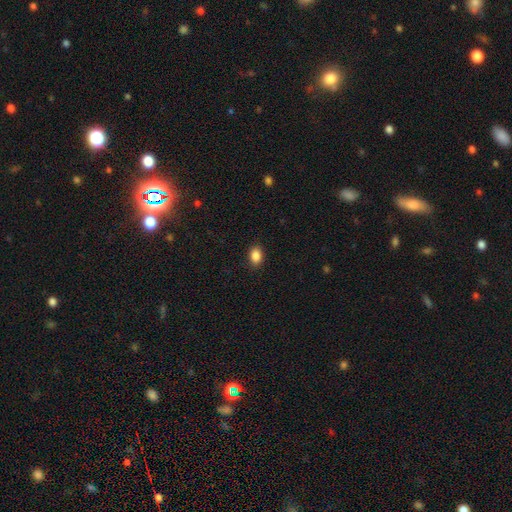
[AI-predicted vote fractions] A smooth galaxy with no disk features (88%) that is in between round and cigar-shaped (76%). Merging: none (89%).